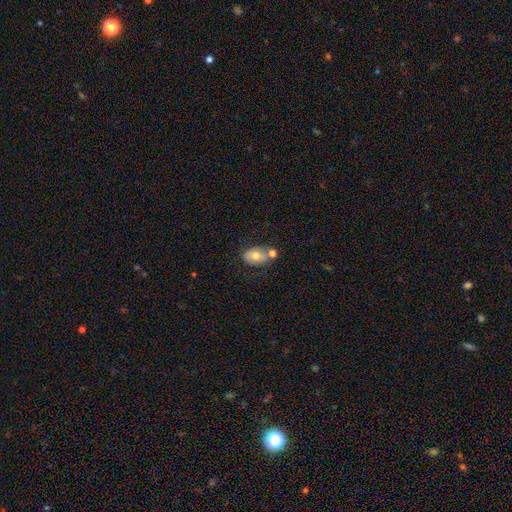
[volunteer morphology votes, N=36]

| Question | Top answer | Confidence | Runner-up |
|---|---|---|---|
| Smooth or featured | smooth | 75% | featured or disk (22%) |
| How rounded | in between | 81% | round (19%) |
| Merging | none | 57% | merger (34%) |